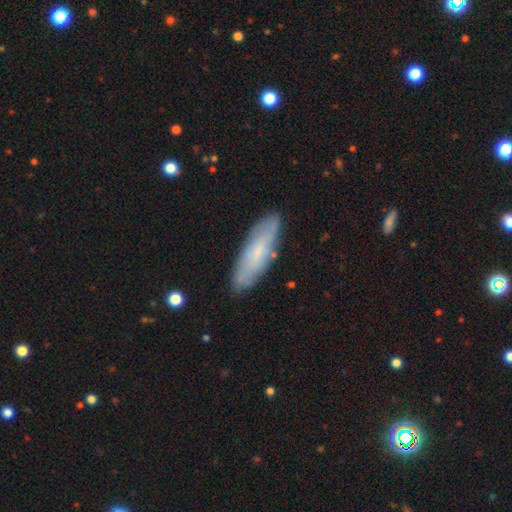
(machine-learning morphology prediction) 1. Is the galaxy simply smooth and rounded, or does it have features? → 55% smooth, 37% featured or disk, 7% star or artifact.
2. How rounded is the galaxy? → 56% cigar-shaped, 42% in between, 2% round.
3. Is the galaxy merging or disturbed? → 84% none, 12% minor disturbance, 2% major disturbance, 1% merger.